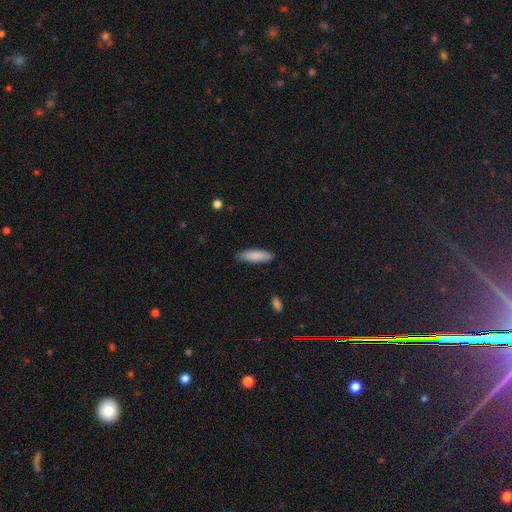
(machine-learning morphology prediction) Q: Smooth or featured?
A: smooth (85%); runner-up: featured or disk (9%)
Q: How rounded?
A: cigar-shaped (56%); runner-up: in between (43%)
Q: Merging?
A: none (85%); runner-up: minor disturbance (11%)